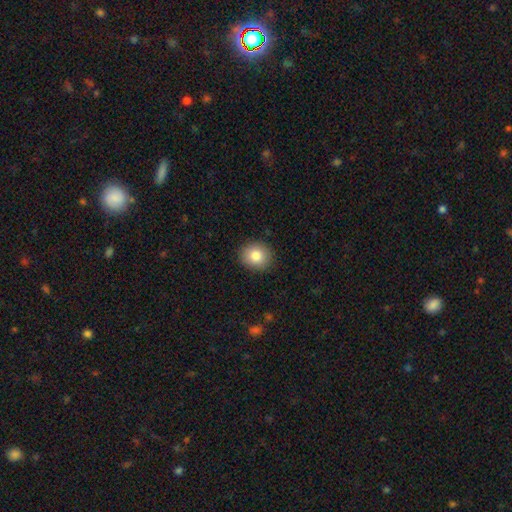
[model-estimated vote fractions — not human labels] The model was most divided on "how rounded": round: 74%, in between: 25%, cigar-shaped: 1%. More confident: merging — none (89%); smooth or featured — smooth (84%).